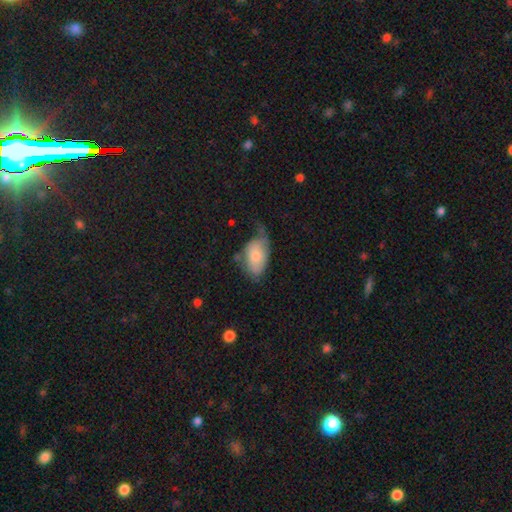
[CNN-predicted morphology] The model was most divided on "merging": minor disturbance: 37%, none: 29%, major disturbance: 29%, merger: 5%. More confident: how rounded — in between (93%); smooth or featured — smooth (71%).